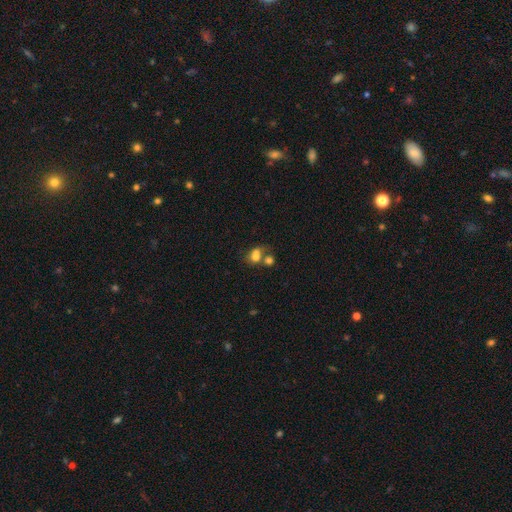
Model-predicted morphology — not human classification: This is likely a smooth galaxy (73%). How rounded: possibly in between (53%). Merging: possibly merger (54%).